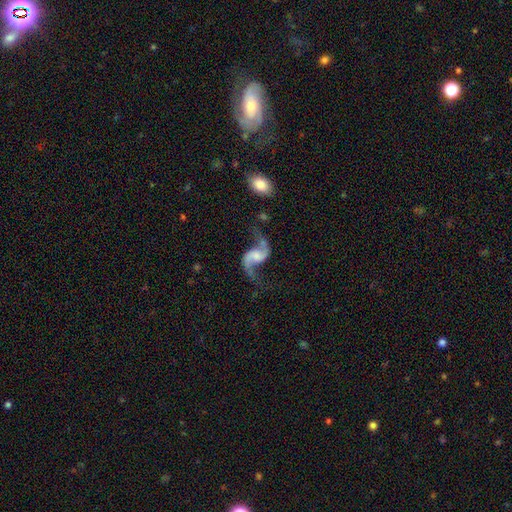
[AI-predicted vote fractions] smooth-or-featured: featured or disk: 91% | smooth: 5% | star or artifact: 5%
  disk-edge-on: no: 98% | yes: 2%
    bar: no: 44% | weak: 41% | strong: 15%
    has-spiral-arms: yes: 97% | no: 3%
      spiral-winding: loose: 85% | medium: 13% | tight: 3%
      spiral-arm-count: 2: 94% | 1: 2% | can't tell: 1% | 3: 1% | 4: 1% | more than 4: 1%
    bulge-size: none: 36% | small: 28% | moderate: 23% | large: 11% | dominant: 3%
  merging: none: 66% | minor disturbance: 16% | major disturbance: 13% | merger: 5%